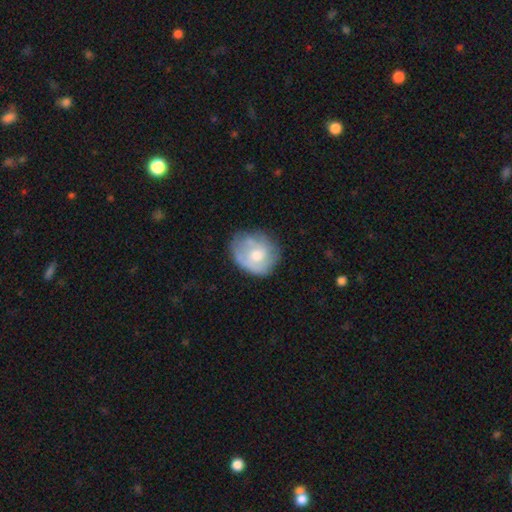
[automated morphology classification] Q: Smooth or featured?
A: smooth (50%); runner-up: featured or disk (43%)
Q: How rounded?
A: round (63%); runner-up: in between (36%)
Q: Merging?
A: none (57%); runner-up: minor disturbance (28%)